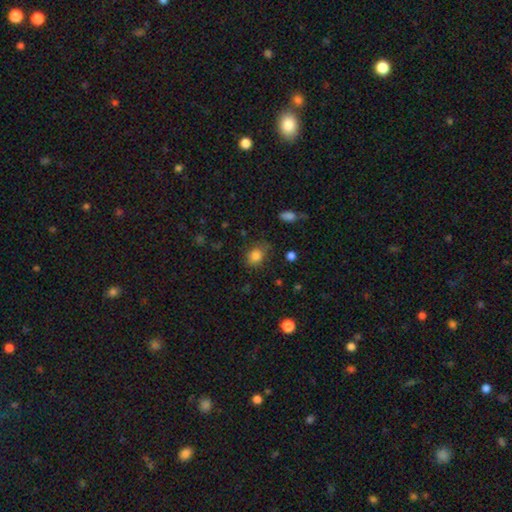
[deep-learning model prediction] Morphology: type=smooth (83%); roundness=in between (52%); merging=none (68%).